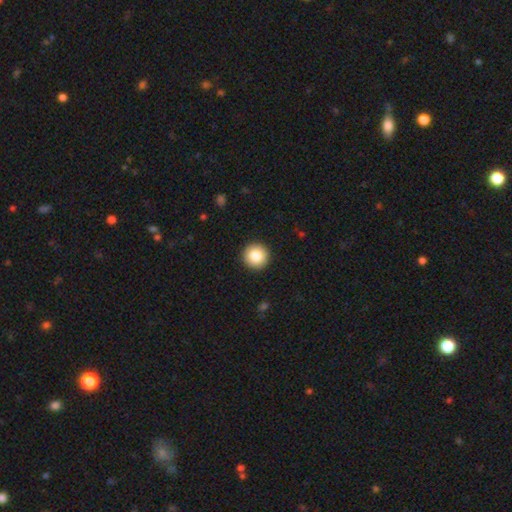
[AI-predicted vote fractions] This appears to be a smooth galaxy with no disk features (84%) that is round (96%). Merging: none (93%).